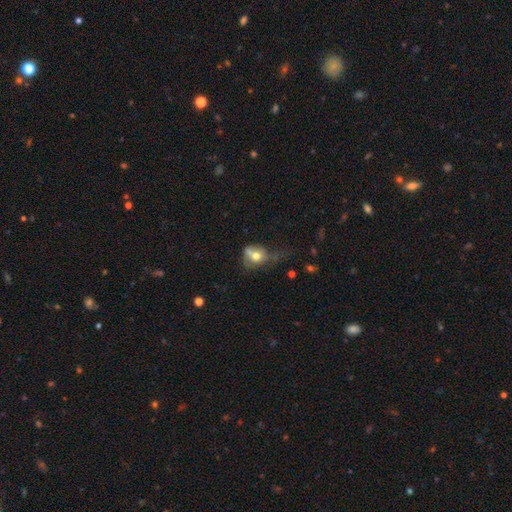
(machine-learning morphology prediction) smooth_or_featured: smooth (p=0.62) [alt: featured or disk p=0.26]
how_rounded: round (p=0.51) [alt: in between p=0.46]
merging: major disturbance (p=0.33) [alt: none p=0.26]